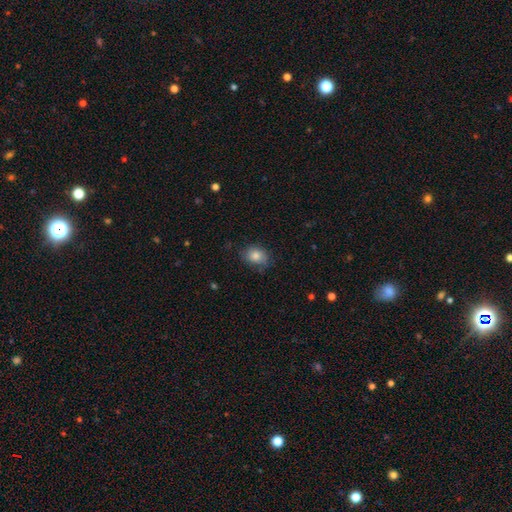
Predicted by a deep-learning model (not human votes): This is clearly a smooth galaxy (83%). How rounded: likely in between (61%). Merging: likely none (75%).